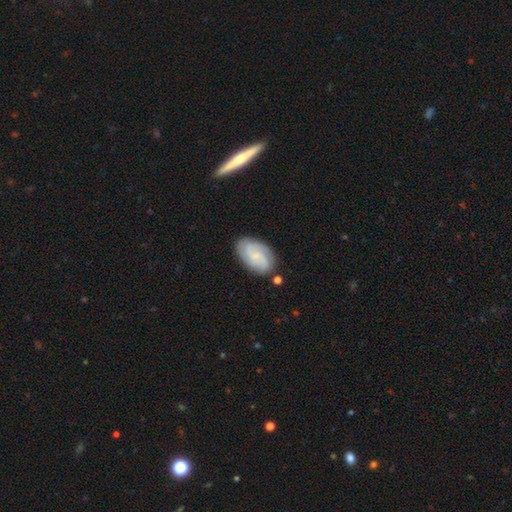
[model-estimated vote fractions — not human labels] Smooth or featured?
  - featured or disk: 68% *
  - smooth: 26%
  - star or artifact: 6%
Edge-on disk?
  - no: 97% *
  - yes: 3%
Bar?
  - no: 61% *
  - weak: 34%
  - strong: 5%
Spiral arms?
  - yes: 95% *
  - no: 5%
Spiral winding?
  - tight: 47% *
  - medium: 40%
  - loose: 13%
Spiral arm count?
  - 3: 37% *
  - 2: 28%
  - can't tell: 20%
  - 4: 8%
  - 1: 4%
  - more than 4: 4%
Bulge size?
  - small: 61% *
  - none: 23%
  - moderate: 14%
  - large: 2%
  - dominant: 1%
Merging?
  - none: 80% *
  - minor disturbance: 14%
  - major disturbance: 4%
  - merger: 2%